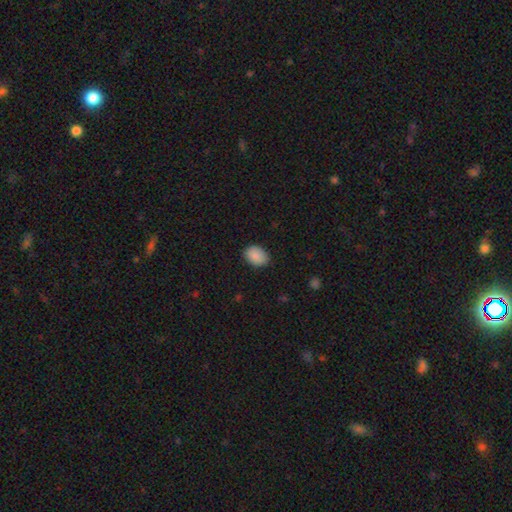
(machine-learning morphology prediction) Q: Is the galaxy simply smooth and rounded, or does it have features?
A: smooth — 89%.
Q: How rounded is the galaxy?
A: in between — 76%.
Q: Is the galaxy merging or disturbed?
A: none — 84%.